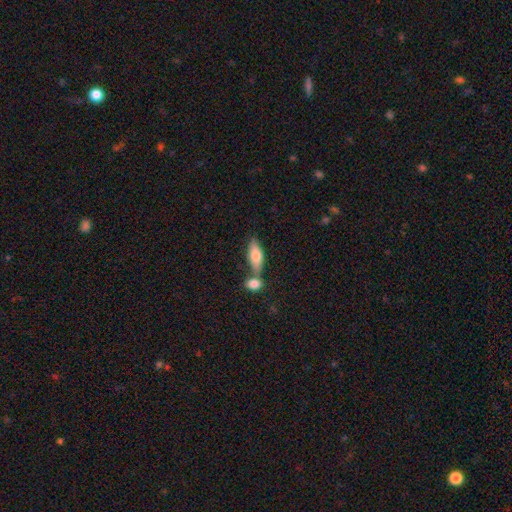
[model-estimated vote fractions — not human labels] A smooth galaxy with no disk features (70%) that is in between round and cigar-shaped (71%). Merging: none (50%).